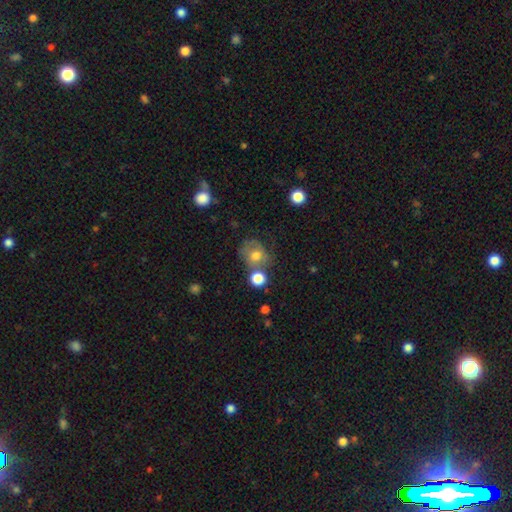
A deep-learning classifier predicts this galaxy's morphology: The model was most divided on "merging": none: 45%, minor disturbance: 21%, merger: 19%, major disturbance: 14%. More confident: how rounded — round (66%); smooth or featured — smooth (64%).